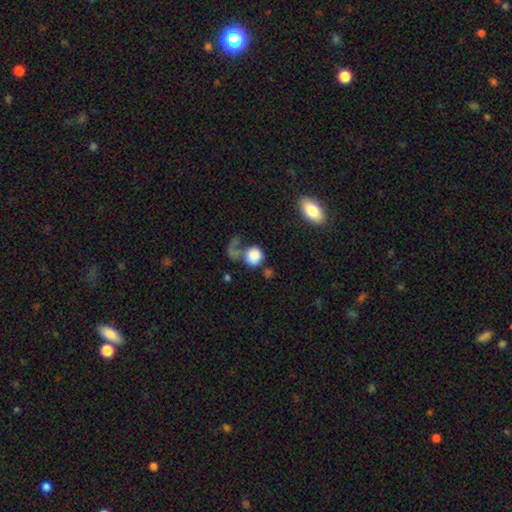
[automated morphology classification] Smooth or featured? Predicted: smooth (p=0.78). How rounded? Predicted: round (p=0.78). Merging? Predicted: major disturbance (p=0.38).